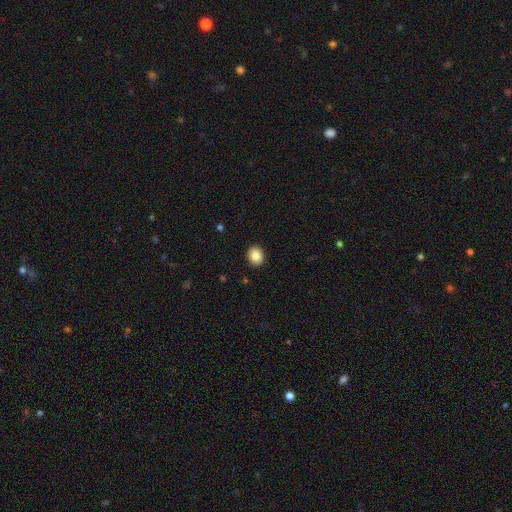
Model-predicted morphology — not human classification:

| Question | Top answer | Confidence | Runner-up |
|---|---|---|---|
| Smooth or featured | smooth | 85% | star or artifact (8%) |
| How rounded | round | 56% | in between (44%) |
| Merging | none | 92% | minor disturbance (6%) |